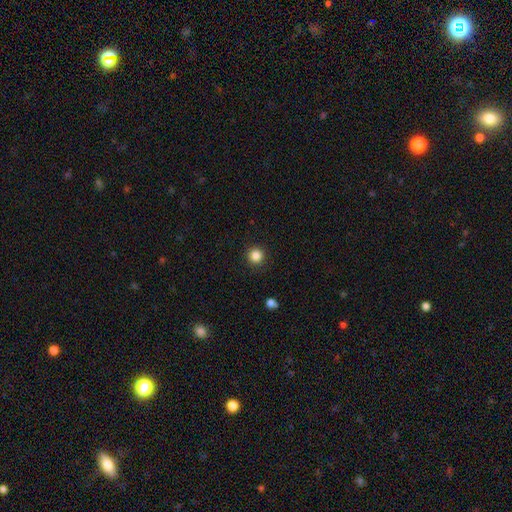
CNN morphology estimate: This appears to be a smooth galaxy with no disk features (84%) that is round (96%). Merging: none (93%).